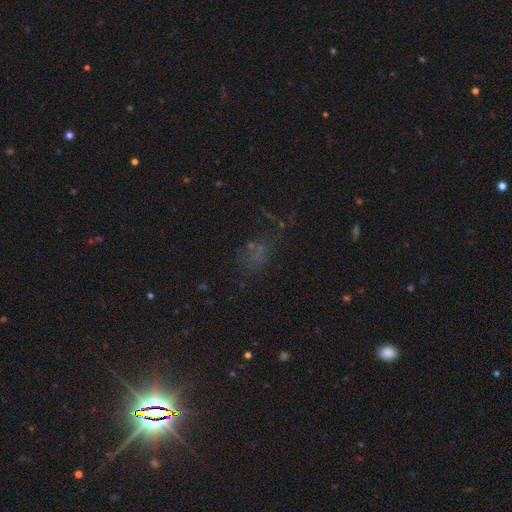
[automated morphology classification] A star or artifact, not a galaxy (42%).